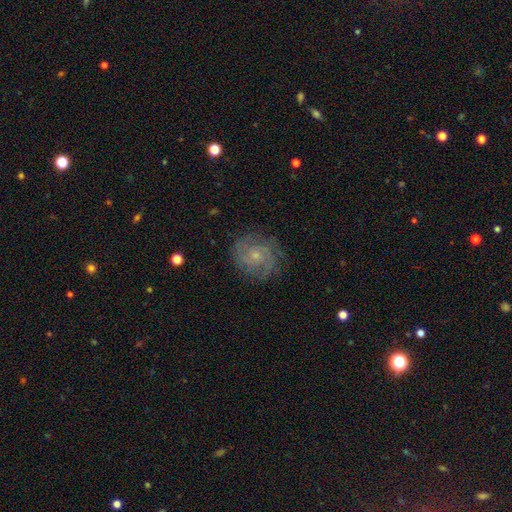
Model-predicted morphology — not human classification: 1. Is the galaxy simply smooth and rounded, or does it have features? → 75% featured or disk, 17% smooth, 8% star or artifact.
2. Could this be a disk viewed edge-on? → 98% no, 2% yes.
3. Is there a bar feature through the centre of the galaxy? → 76% no, 21% weak, 3% strong.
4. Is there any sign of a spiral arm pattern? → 93% yes, 7% no.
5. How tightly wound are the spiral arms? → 58% tight, 33% medium, 8% loose.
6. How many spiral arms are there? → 36% 2, 29% can't tell, 18% 3, 7% 4, 5% 1, 5% more than 4.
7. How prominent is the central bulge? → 74% small, 20% moderate, 5% none, 1% large, 1% dominant.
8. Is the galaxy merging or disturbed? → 78% none, 15% minor disturbance, 6% major disturbance, 1% merger.